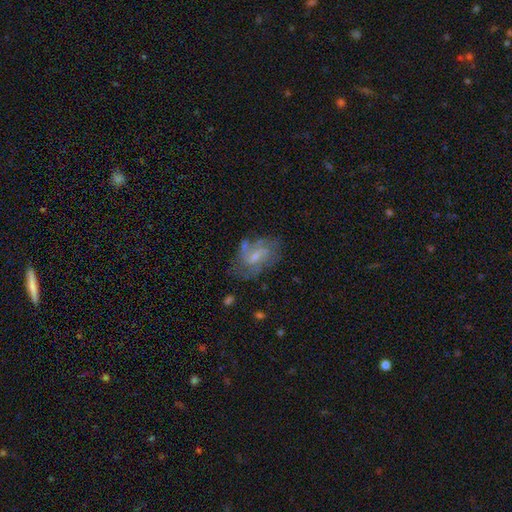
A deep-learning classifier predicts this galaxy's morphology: Smooth or featured: featured or disk — 69% (smooth — 23%)
Edge-on disk: no — 96% (yes — 4%)
Bar: weak — 53% (no — 34%)
Spiral arms: yes — 80% (no — 20%)
Spiral winding: medium — 44% (loose — 30%)
Spiral arm count: 2 — 43% (can't tell — 31%)
Bulge size: small — 57% (moderate — 31%)
Merging: none — 54% (minor disturbance — 24%)